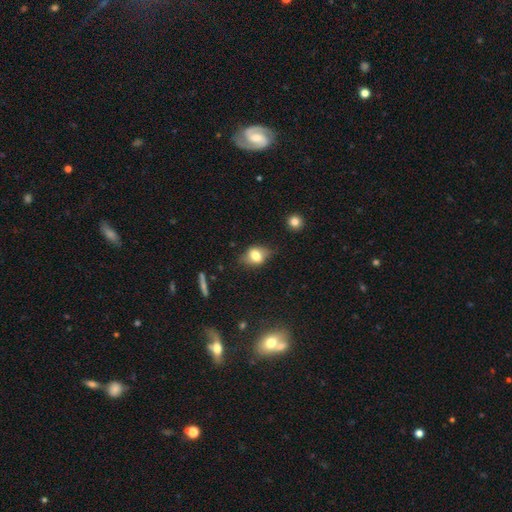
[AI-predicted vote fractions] A smooth galaxy with no disk features (66%) that is in between round and cigar-shaped (64%). Merging: none (66%).